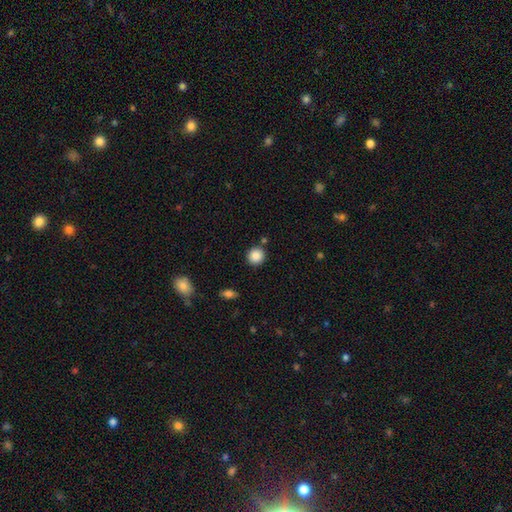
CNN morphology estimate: Smooth or featured: smooth — 87% (star or artifact — 9%)
How rounded: round — 90% (in between — 9%)
Merging: none — 84% (minor disturbance — 8%)